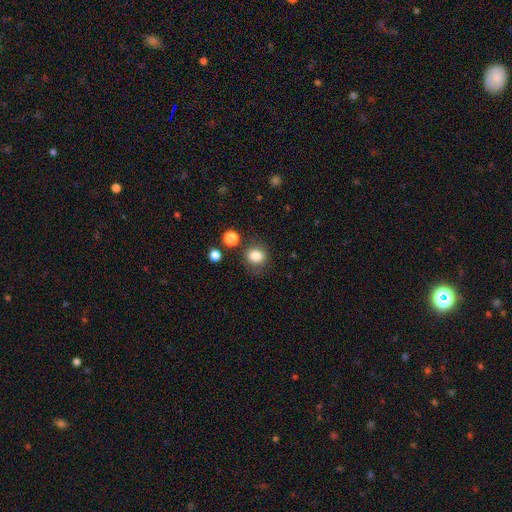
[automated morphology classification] type=smooth (84%); roundness=round (75%); merging=none (77%).